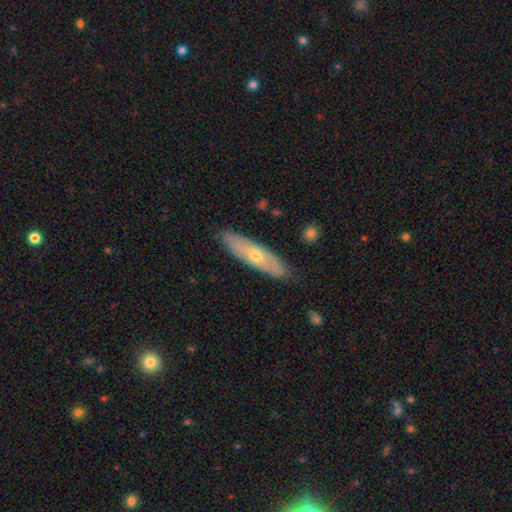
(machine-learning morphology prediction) Q: Smooth or featured?
A: featured or disk (53%); runner-up: smooth (40%)
Q: Edge-on disk?
A: yes (57%); runner-up: no (43%)
Q: Merging?
A: none (86%); runner-up: minor disturbance (11%)